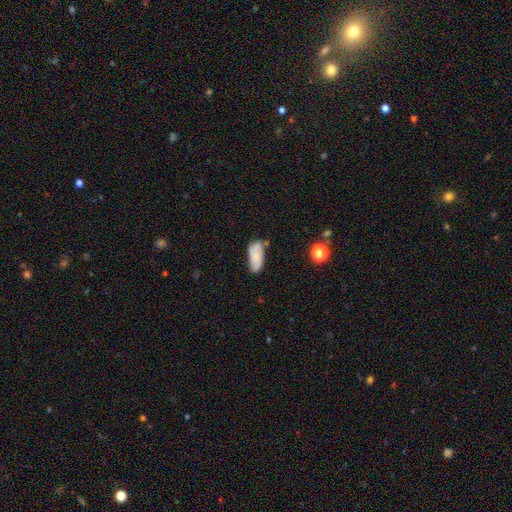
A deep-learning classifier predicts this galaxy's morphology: smooth_or_featured: smooth (p=0.65) [alt: featured or disk p=0.26]
how_rounded: in between (p=0.84) [alt: cigar-shaped p=0.13]
merging: none (p=0.54) [alt: minor disturbance p=0.28]